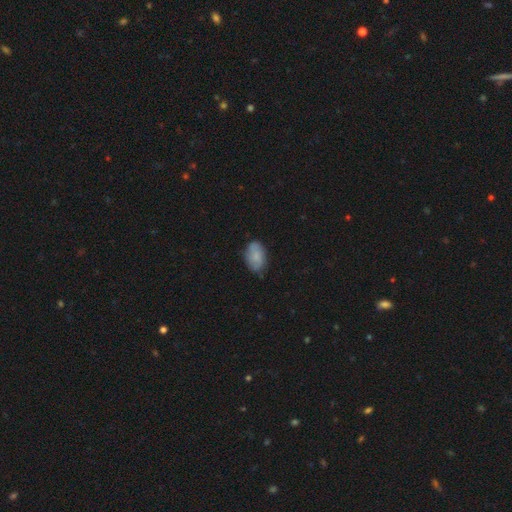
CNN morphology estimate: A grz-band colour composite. It shows a smooth galaxy with no disk features (75%) that is in between round and cigar-shaped (90%). Merging: none (72%).